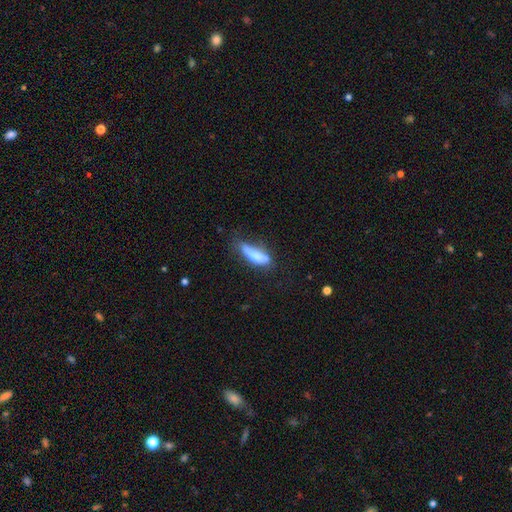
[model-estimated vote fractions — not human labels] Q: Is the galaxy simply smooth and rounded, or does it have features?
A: smooth — 68%.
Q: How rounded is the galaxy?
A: cigar-shaped — 54%.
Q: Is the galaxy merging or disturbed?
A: none — 42%.